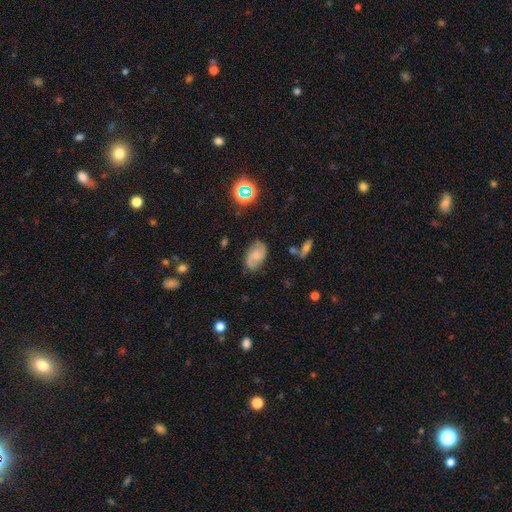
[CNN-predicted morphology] Smooth or featured? Predicted: featured or disk (p=0.56). Edge-on disk? Predicted: no (p=0.96). Bar? Predicted: no (p=0.63). Spiral arms? Predicted: yes (p=0.90). Bulge size? Predicted: small (p=0.48). Merging? Predicted: none (p=0.76).